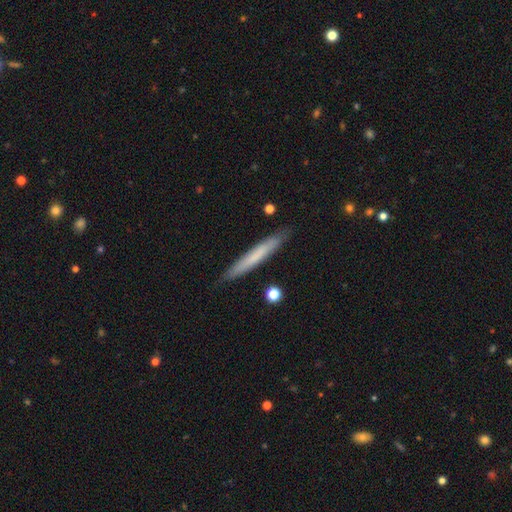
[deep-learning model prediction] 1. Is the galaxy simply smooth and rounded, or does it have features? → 62% smooth, 32% featured or disk, 6% star or artifact.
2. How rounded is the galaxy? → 96% cigar-shaped, 3% in between, 1% round.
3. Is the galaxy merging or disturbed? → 87% none, 9% minor disturbance, 2% major disturbance, 2% merger.